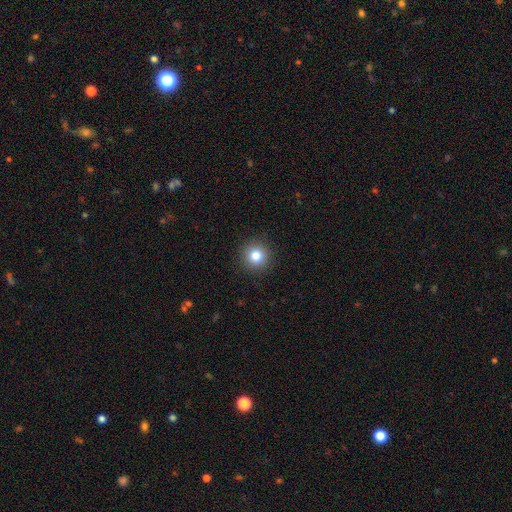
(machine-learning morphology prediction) Smooth or featured? smooth (83%)
How rounded? round (94%)
Merging? none (92%)